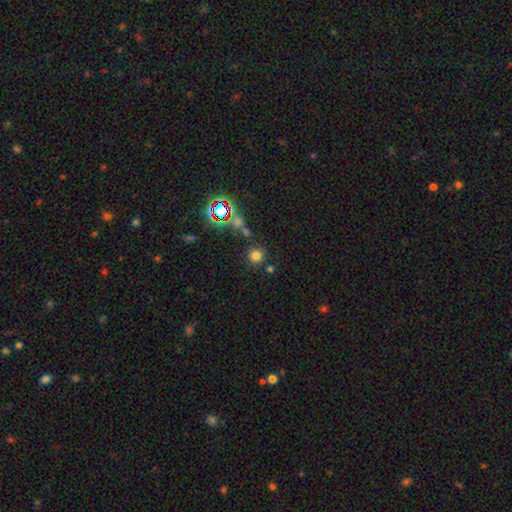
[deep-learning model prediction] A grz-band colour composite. It shows a smooth galaxy with no disk features (70%) that is round (93%). Merging: none (81%).